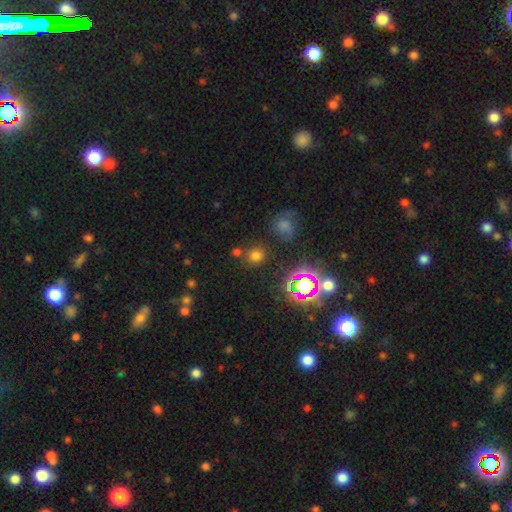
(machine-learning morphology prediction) type=smooth (64%); roundness=round (88%); merging=none (78%).